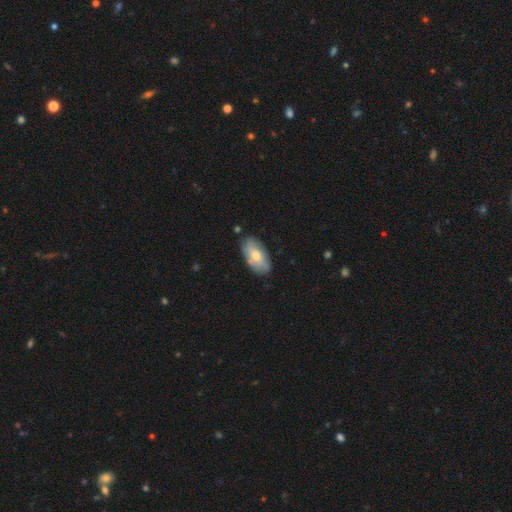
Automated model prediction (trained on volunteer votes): A smooth galaxy with no disk features (59%) that is in between round and cigar-shaped (92%).

Vote fractions:
- Smooth or featured? smooth: 59% / featured or disk: 34% / star or artifact: 6%
- How rounded? in between: 92% / cigar-shaped: 5% / round: 3%
- Merging? none: 78% / minor disturbance: 16% / major disturbance: 3% / merger: 3%